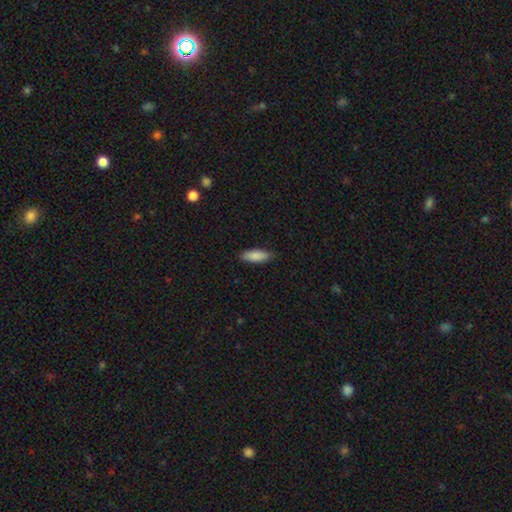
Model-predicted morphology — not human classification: type=smooth (88%); roundness=in between (70%); merging=none (86%).